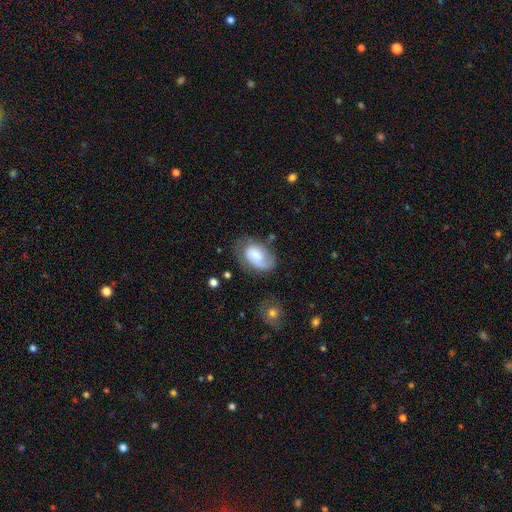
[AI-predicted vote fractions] A smooth galaxy with no disk features (53%) that is in between round and cigar-shaped (86%). Merging: none (52%).